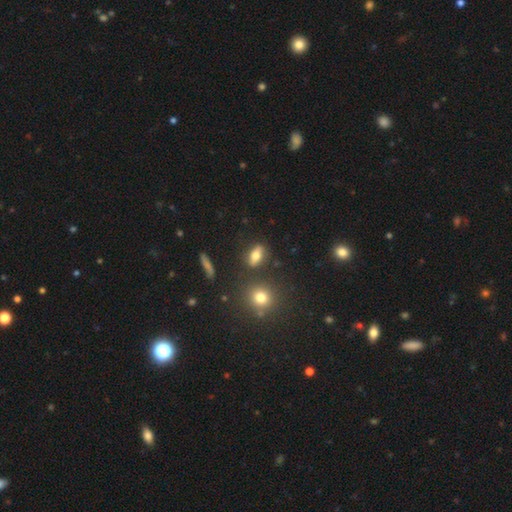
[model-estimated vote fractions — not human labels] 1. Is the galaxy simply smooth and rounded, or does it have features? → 68% smooth, 20% featured or disk, 12% star or artifact.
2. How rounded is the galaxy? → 69% in between, 18% cigar-shaped, 13% round.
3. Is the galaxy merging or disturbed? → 81% none, 11% minor disturbance, 5% merger, 4% major disturbance.